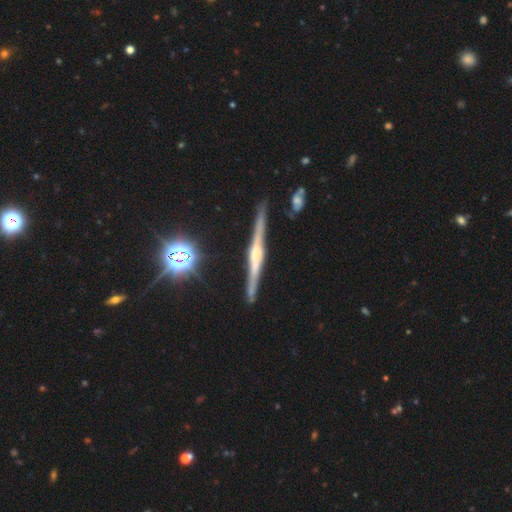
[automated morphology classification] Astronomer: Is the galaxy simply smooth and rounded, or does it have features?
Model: featured or disk — 82%.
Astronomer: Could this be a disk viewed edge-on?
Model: yes — 98%.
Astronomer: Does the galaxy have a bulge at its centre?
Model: rounded — 59%.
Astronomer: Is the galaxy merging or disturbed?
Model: none — 89%.